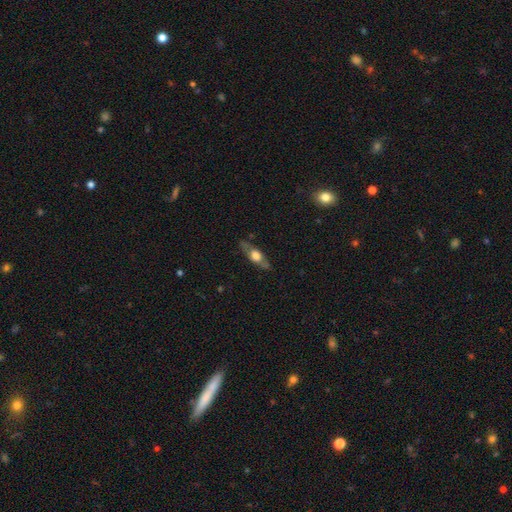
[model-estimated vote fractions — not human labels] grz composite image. It shows a featured or disk galaxy (50%). Merging: none (77%).